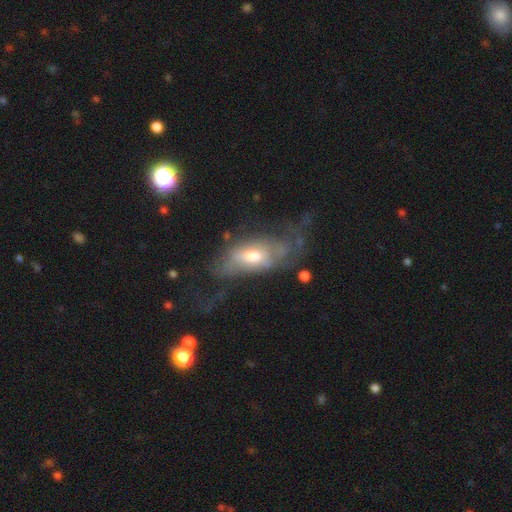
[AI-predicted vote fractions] Smooth or featured?
  - featured or disk: 56% *
  - smooth: 36%
  - star or artifact: 8%
Edge-on disk?
  - no: 82% *
  - yes: 18%
Merging?
  - major disturbance: 39% *
  - none: 35%
  - minor disturbance: 23%
  - merger: 3%